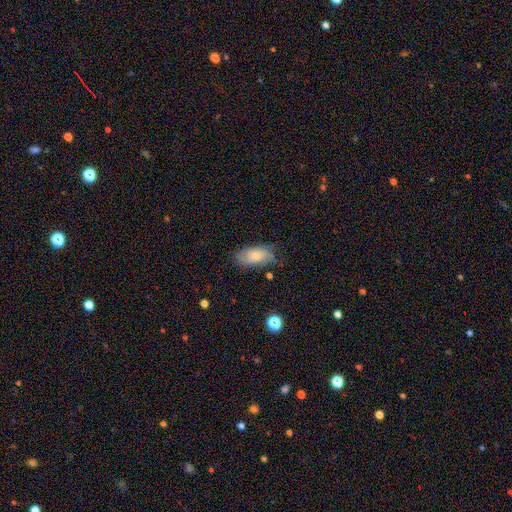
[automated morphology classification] type=smooth (71%); roundness=in between (91%); merging=none (68%).